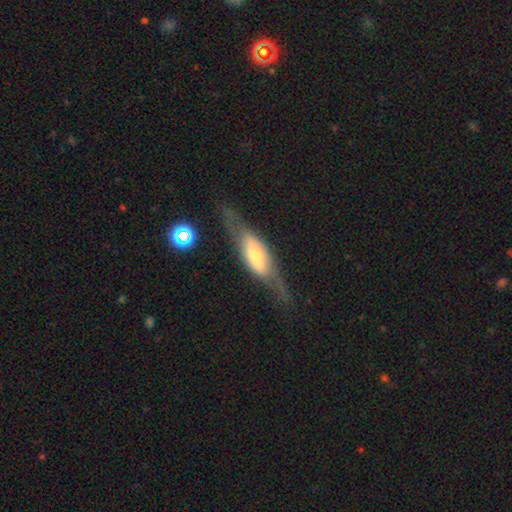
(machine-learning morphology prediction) Smooth or featured? Predicted: featured or disk (p=0.63). Edge-on disk? Predicted: yes (p=0.68). Merging? Predicted: none (p=0.58).